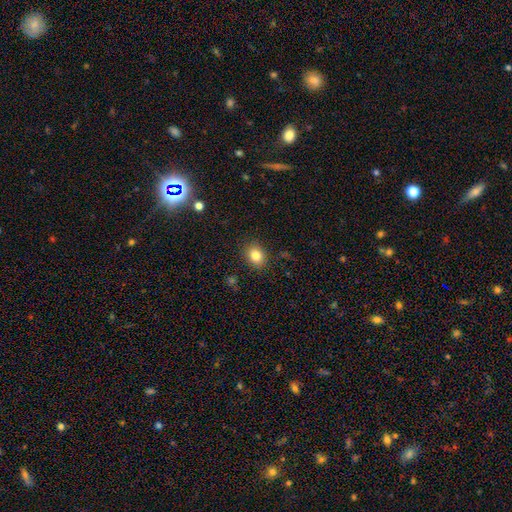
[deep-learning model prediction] smooth_or_featured: smooth (p=0.83) [alt: star or artifact p=0.11]
how_rounded: in between (p=0.50) [alt: round p=0.49]
merging: none (p=0.88) [alt: minor disturbance p=0.08]